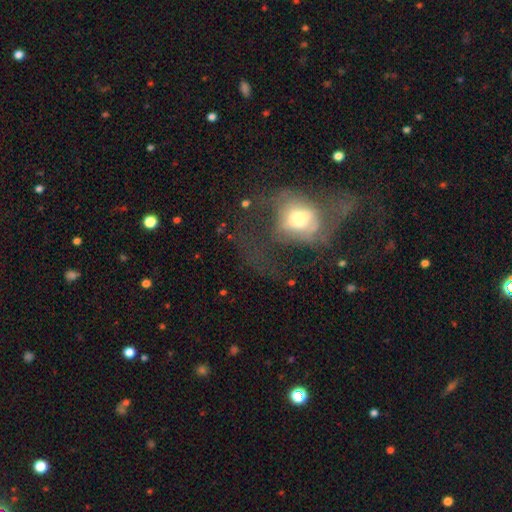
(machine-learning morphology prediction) A featured or disk galaxy (51%). Merging: major disturbance (42%).